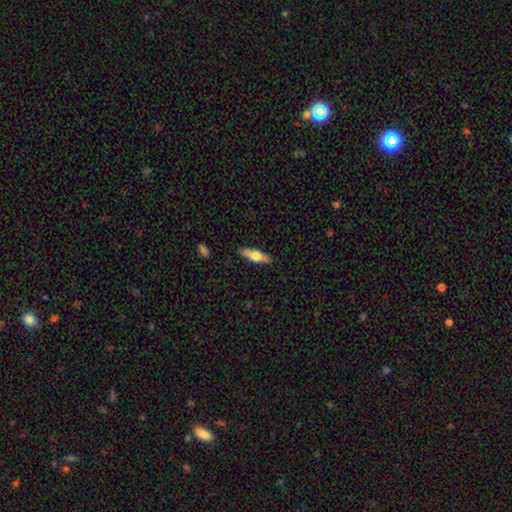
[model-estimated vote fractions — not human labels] Smooth or featured? smooth (52%)
How rounded? cigar-shaped (54%)
Merging? none (88%)